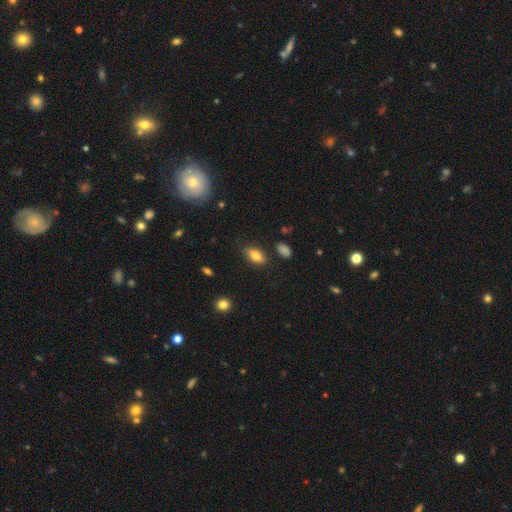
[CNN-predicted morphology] Smooth or featured? Predicted: smooth (p=0.78). How rounded? Predicted: in between (p=0.89). Merging? Predicted: none (p=0.80).